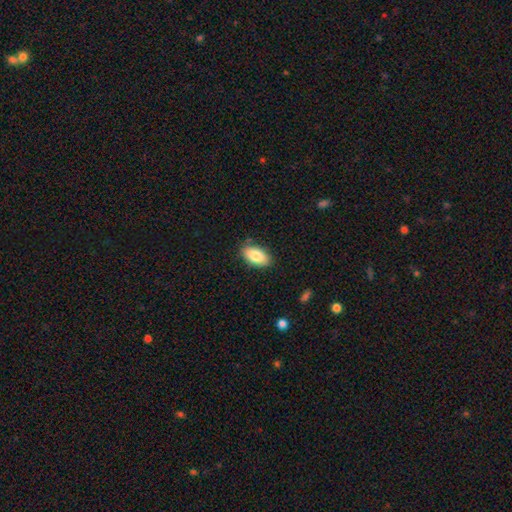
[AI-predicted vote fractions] The model was most divided on "merging": none: 85%, minor disturbance: 11%, major disturbance: 2%, merger: 1%. More confident: how rounded — in between (93%); smooth or featured — smooth (84%).